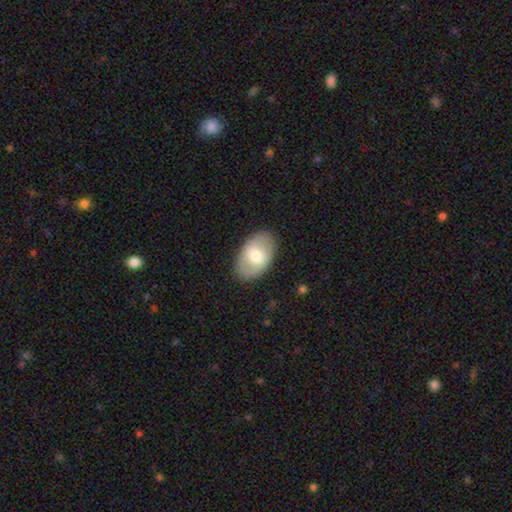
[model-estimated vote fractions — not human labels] Smooth or featured: smooth — 64% (featured or disk — 30%)
How rounded: in between — 90% (round — 8%)
Merging: none — 85% (minor disturbance — 11%)